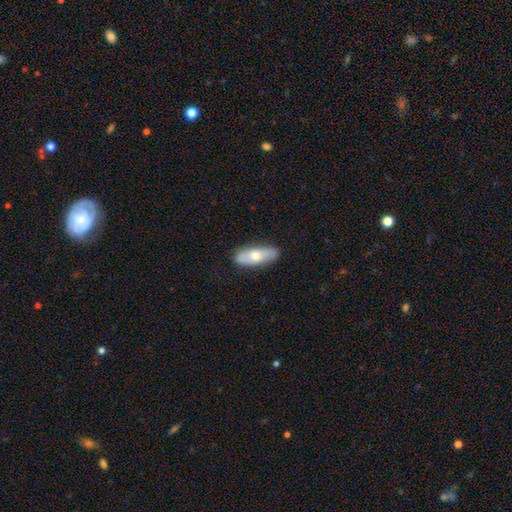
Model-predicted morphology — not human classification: This is likely a smooth galaxy (63%). How rounded: likely in between (66%). Merging: clearly none (85%).